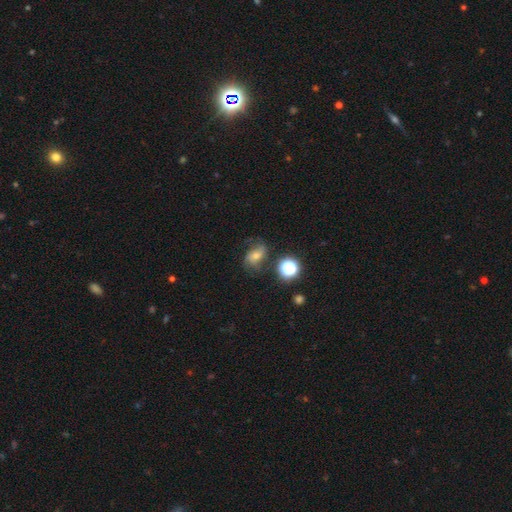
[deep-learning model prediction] Overall: featured or disk (48%; smooth 35%). Merging: none (59%; minor disturbance 23%).